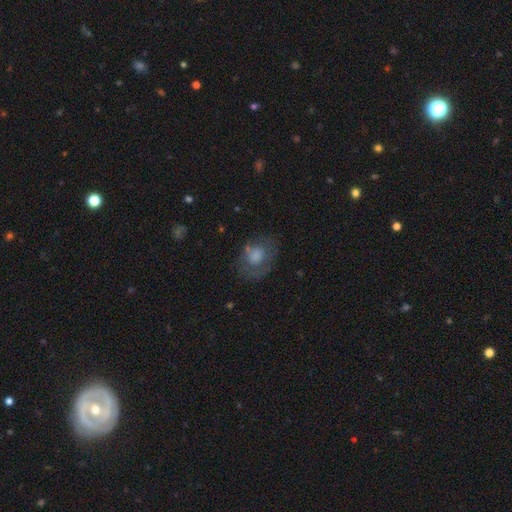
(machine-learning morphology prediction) Smooth or featured?
  - smooth: 62% *
  - featured or disk: 27%
  - star or artifact: 10%
How rounded?
  - in between: 57% *
  - round: 42%
  - cigar-shaped: 1%
Merging?
  - none: 55% *
  - minor disturbance: 24%
  - major disturbance: 18%
  - merger: 3%